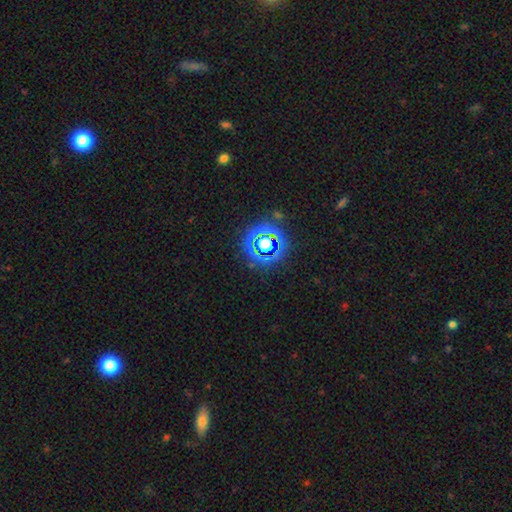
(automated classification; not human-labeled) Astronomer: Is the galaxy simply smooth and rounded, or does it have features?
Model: star or artifact — 72%.